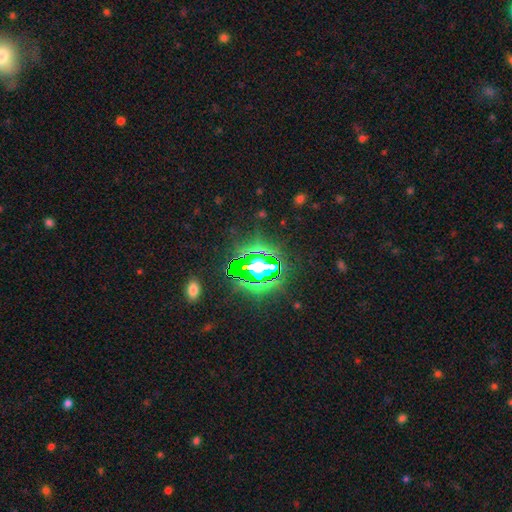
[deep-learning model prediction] This is likely a star or artifact rather than a galaxy (68%).